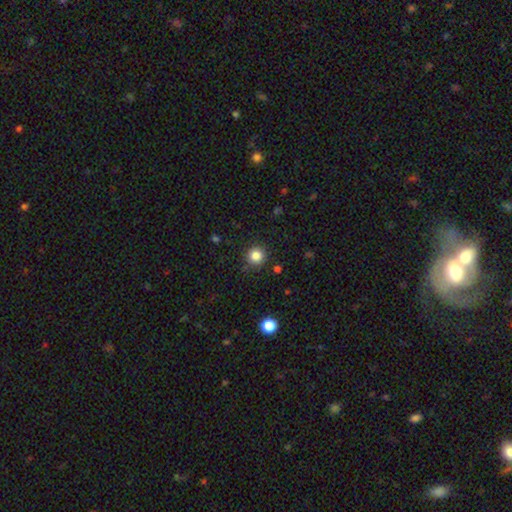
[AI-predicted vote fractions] smooth-or-featured: smooth: 83% | star or artifact: 12% | featured or disk: 5%
  how-rounded: round: 94% | in between: 5% | cigar-shaped: 1%
  merging: none: 89% | minor disturbance: 7% | major disturbance: 2% | merger: 1%